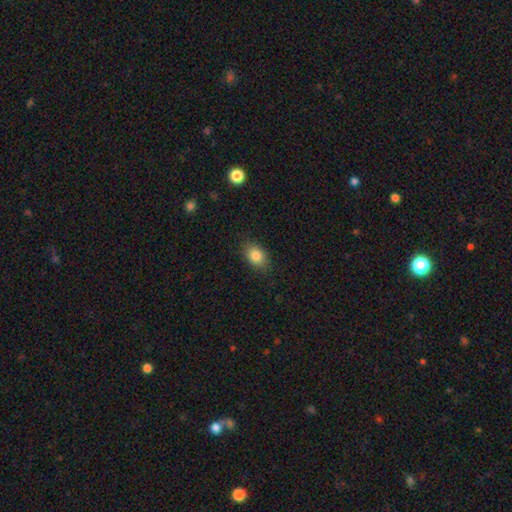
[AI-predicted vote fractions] A smooth galaxy with no disk features (83%) that is in between round and cigar-shaped (71%). Merging: none (85%).